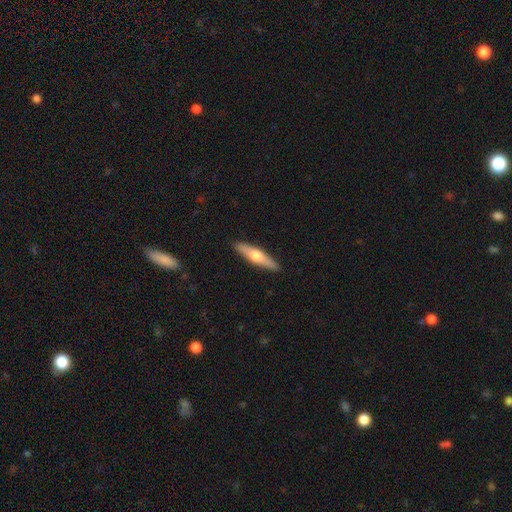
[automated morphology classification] Smooth or featured?
  - smooth: 49% *
  - featured or disk: 46%
  - star or artifact: 5%
Merging?
  - none: 90% *
  - minor disturbance: 7%
  - major disturbance: 2%
  - merger: 1%